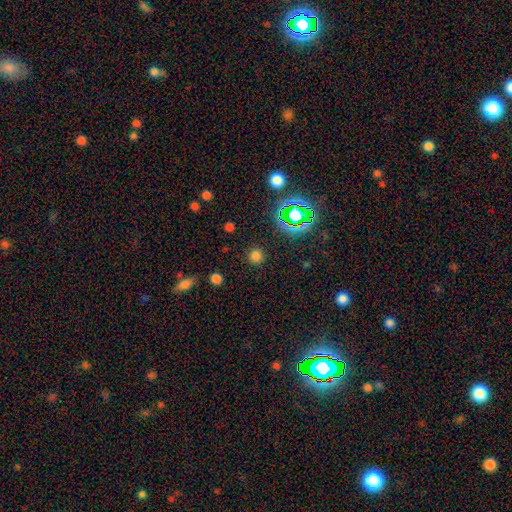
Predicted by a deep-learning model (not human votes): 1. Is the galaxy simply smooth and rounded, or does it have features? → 72% smooth, 23% star or artifact, 5% featured or disk.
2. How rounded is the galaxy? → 93% round, 6% in between, 1% cigar-shaped.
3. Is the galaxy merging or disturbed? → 88% none, 7% minor disturbance, 3% major disturbance, 2% merger.